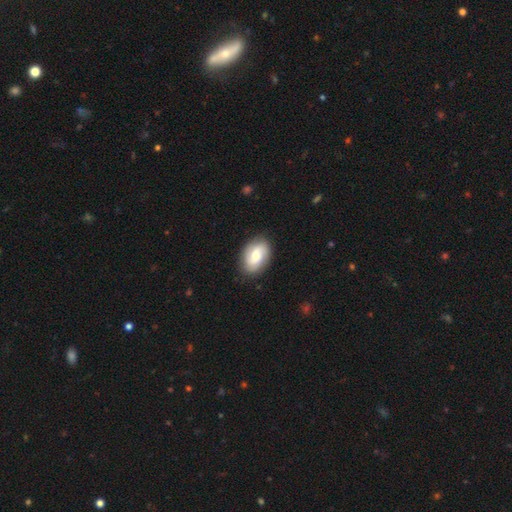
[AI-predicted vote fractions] Morphology: type=smooth (52%); roundness=in between (86%); merging=none (84%).